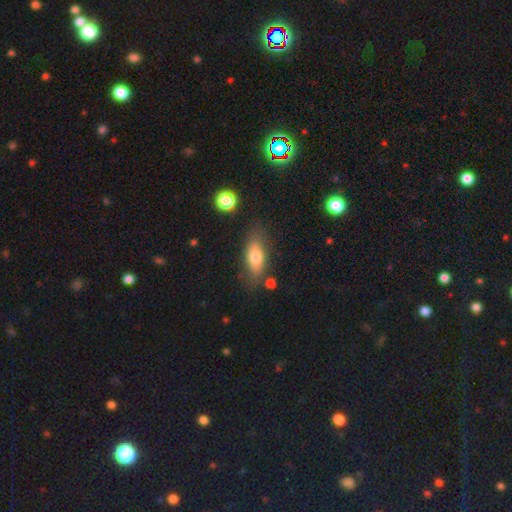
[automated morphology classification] Smooth or featured? smooth (66%)
How rounded? in between (72%)
Merging? none (76%)